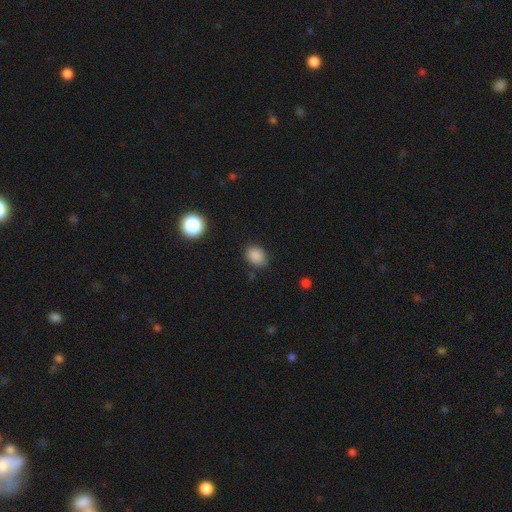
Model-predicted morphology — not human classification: smooth 85%, star or artifact 11%, featured or disk 4%. Down the decision tree: how rounded — in between (59%); merging — none (81%).